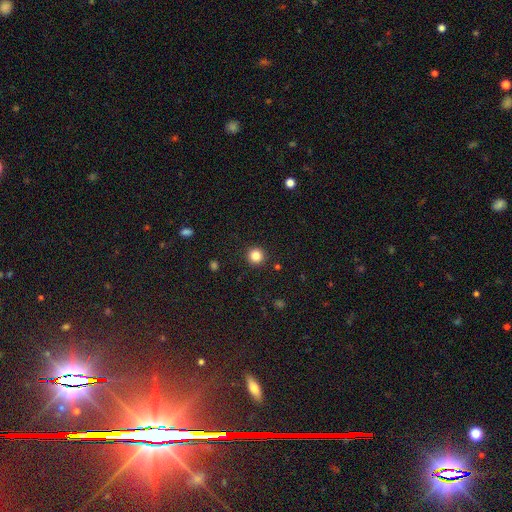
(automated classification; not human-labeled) A smooth galaxy with no disk features (84%) that is round (95%).

Vote fractions:
- Smooth or featured? smooth: 84% / star or artifact: 12% / featured or disk: 5%
- How rounded? round: 95% / in between: 4% / cigar-shaped: 1%
- Merging? none: 93% / minor disturbance: 4% / major disturbance: 2% / merger: 1%